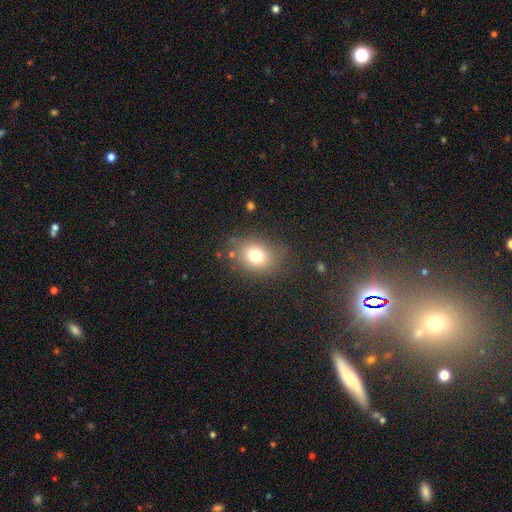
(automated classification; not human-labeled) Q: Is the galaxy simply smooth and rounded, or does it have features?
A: smooth — 75%.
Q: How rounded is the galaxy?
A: in between — 52%.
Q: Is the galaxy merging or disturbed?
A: none — 77%.